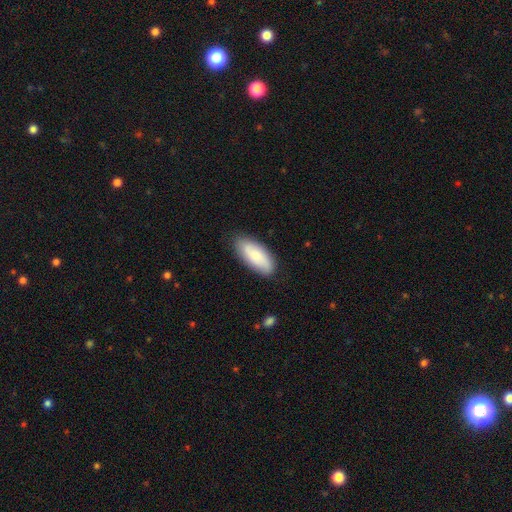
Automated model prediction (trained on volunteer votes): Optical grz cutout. It shows a smooth galaxy with no disk features (75%) that is in between round and cigar-shaped (83%). Merging: none (84%).